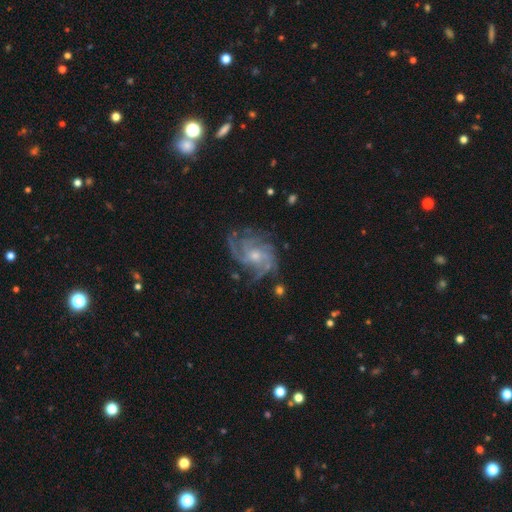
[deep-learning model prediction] Smooth or featured? Predicted: featured or disk (p=0.88). Edge-on disk? Predicted: no (p=0.98). Bar? Predicted: no (p=0.68). Spiral arms? Predicted: yes (p=0.97). Spiral winding? Predicted: tight (p=0.45). Spiral arm count? Predicted: 4 (p=0.32). Bulge size? Predicted: small (p=0.49). Merging? Predicted: none (p=0.69).